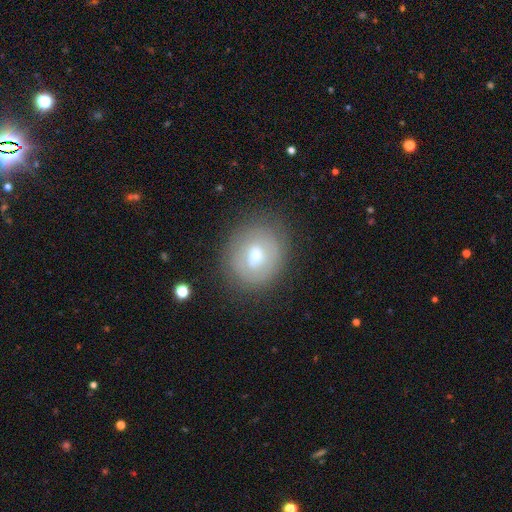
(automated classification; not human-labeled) A smooth galaxy with no disk features (51%) that is round (66%). Merging: none (76%).